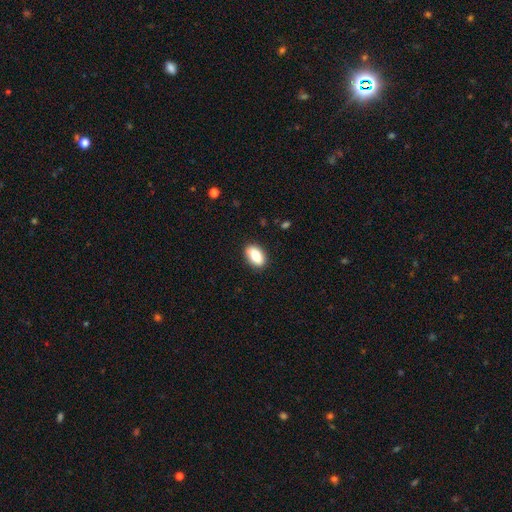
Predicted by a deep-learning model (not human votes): Smooth or featured? Predicted: smooth (p=0.80). How rounded? Predicted: in between (p=0.89). Merging? Predicted: none (p=0.87).